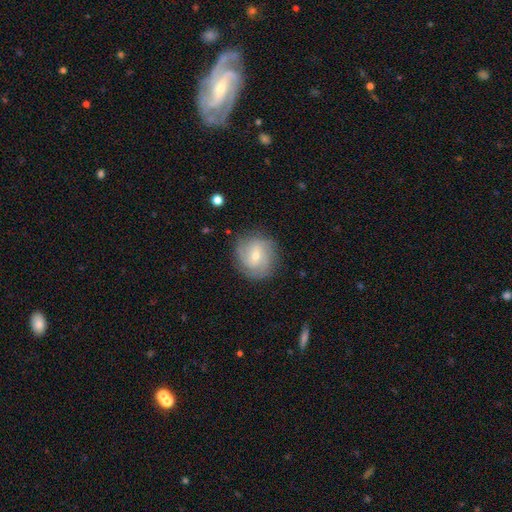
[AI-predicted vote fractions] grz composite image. It shows a featured or disk galaxy (68%) with no bar (52%), 3 (29%) tight (48%) spiral arms (91%) and a small central bulge (53%). Merging: none (81%).